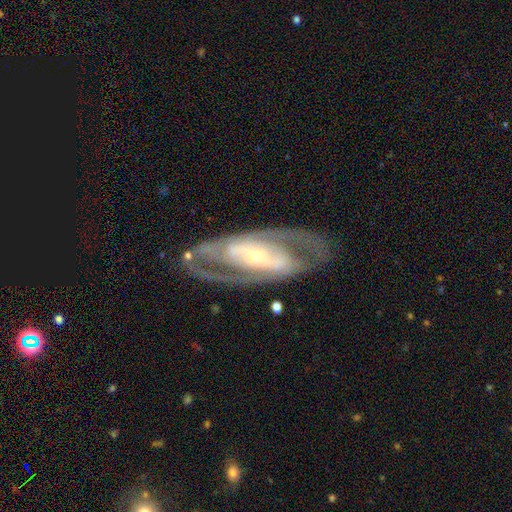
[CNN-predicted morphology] smooth_or_featured: featured or disk (p=0.88) [alt: smooth p=0.07]
disk_edge_on: no (p=0.92) [alt: yes p=0.08]
bar: strong (p=0.48) [alt: weak p=0.27]
has_spiral_arms: yes (p=0.88) [alt: no p=0.12]
spiral_winding: medium (p=0.47) [alt: tight p=0.39]
spiral_arm_count: 2 (p=0.82) [alt: can't tell p=0.10]
bulge_size: small (p=0.64) [alt: moderate p=0.30]
merging: none (p=0.78) [alt: minor disturbance p=0.12]